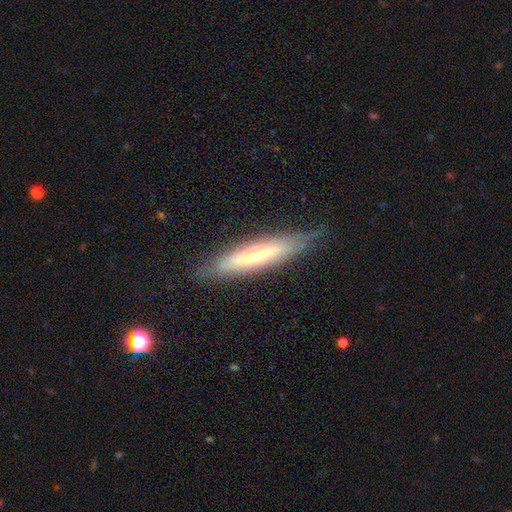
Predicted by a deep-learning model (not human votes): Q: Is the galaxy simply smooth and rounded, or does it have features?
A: featured or disk — 57%.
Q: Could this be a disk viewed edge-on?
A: yes — 72%.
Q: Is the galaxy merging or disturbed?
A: none — 77%.